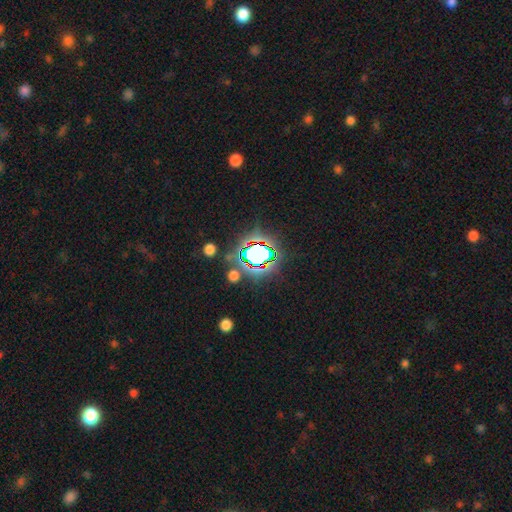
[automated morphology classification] A star or artifact, not a galaxy (68%).